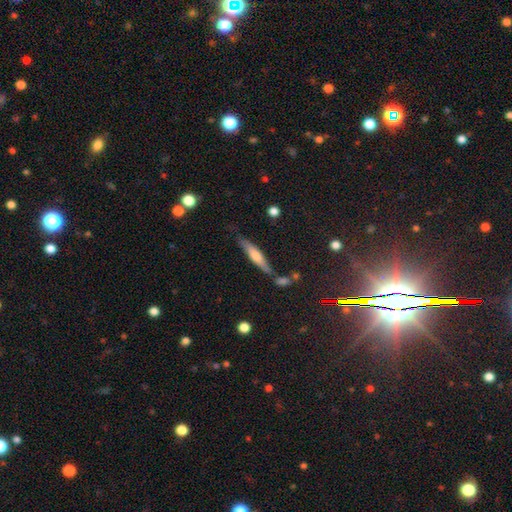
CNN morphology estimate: Smooth or featured? smooth (50%)
Merging? none (69%)